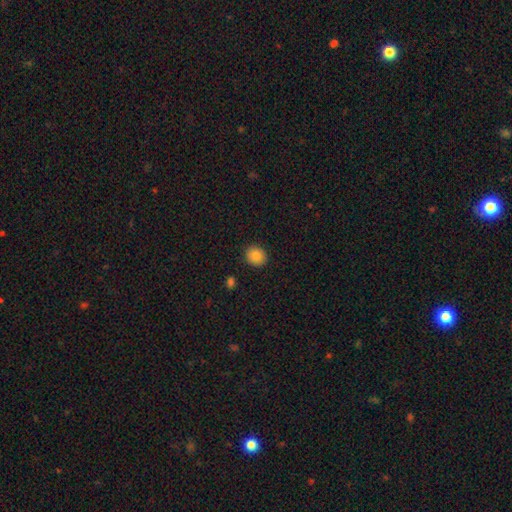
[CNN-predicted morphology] Smooth or featured? smooth (84%)
How rounded? round (76%)
Merging? none (90%)